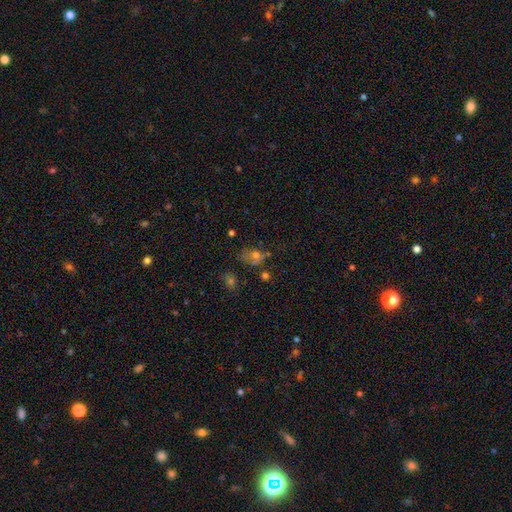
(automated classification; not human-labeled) smooth_or_featured: smooth (p=0.56) [alt: star or artifact p=0.27]
how_rounded: in between (p=0.55) [alt: round p=0.42]
merging: none (p=0.43) [alt: minor disturbance p=0.24]